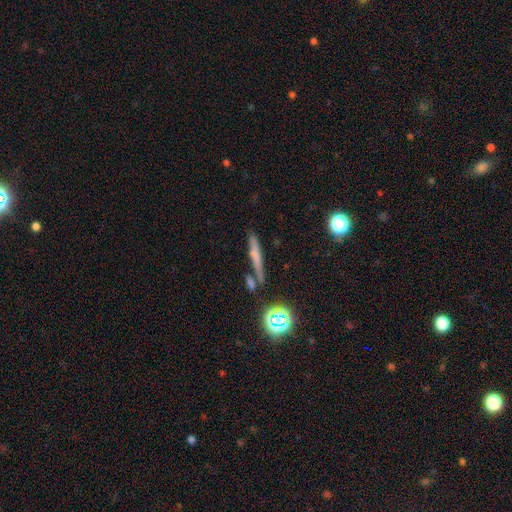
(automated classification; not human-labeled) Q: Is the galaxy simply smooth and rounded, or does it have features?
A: smooth — 52%.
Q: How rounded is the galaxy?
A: cigar-shaped — 86%.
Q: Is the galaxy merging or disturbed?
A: none — 76%.